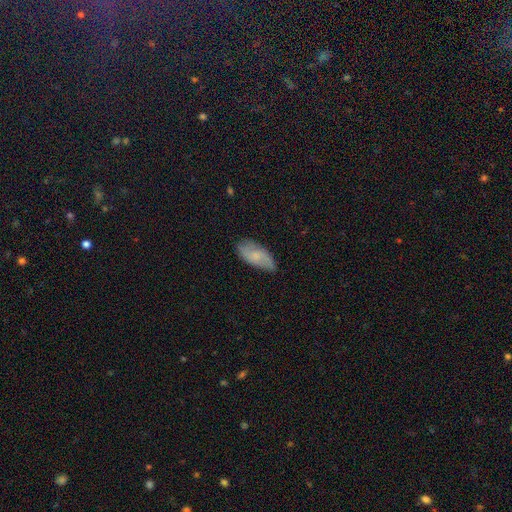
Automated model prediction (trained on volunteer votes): Smooth or featured: smooth — 53% (featured or disk — 39%)
How rounded: in between — 87% (cigar-shaped — 10%)
Merging: none — 71% (minor disturbance — 23%)